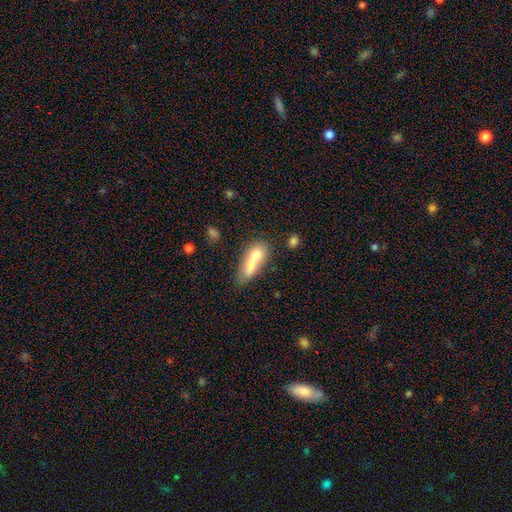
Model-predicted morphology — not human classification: A smooth galaxy with no disk features (67%) that is in between round and cigar-shaped (60%).

Vote fractions:
- Smooth or featured? smooth: 67% / featured or disk: 24% / star or artifact: 9%
- How rounded? in between: 60% / cigar-shaped: 31% / round: 9%
- Merging? merger: 56% / none: 26% / minor disturbance: 11% / major disturbance: 7%